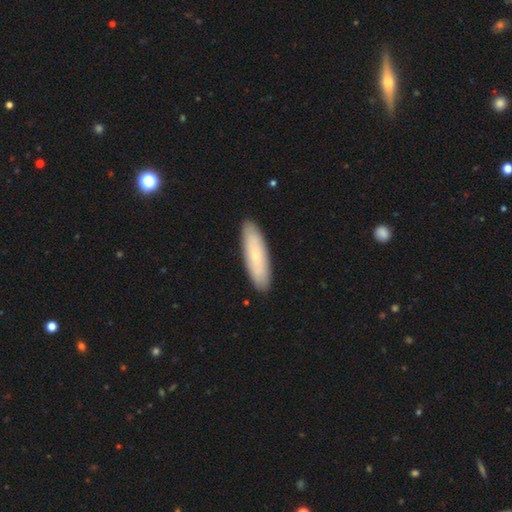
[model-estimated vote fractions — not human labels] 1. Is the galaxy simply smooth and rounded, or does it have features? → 65% smooth, 30% featured or disk, 6% star or artifact.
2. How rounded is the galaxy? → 58% cigar-shaped, 40% in between, 2% round.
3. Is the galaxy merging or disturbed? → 90% none, 8% minor disturbance, 2% major disturbance, 1% merger.